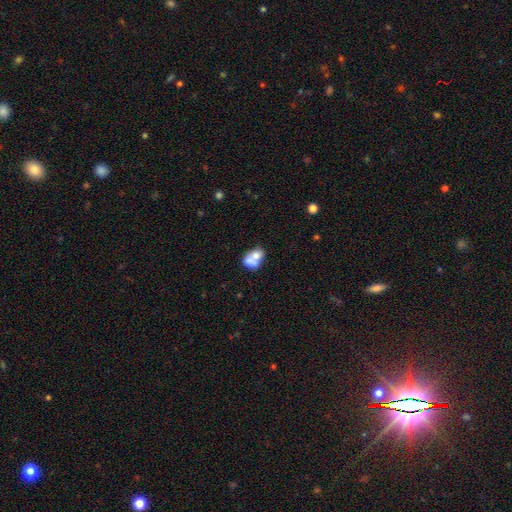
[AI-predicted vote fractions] Smooth or featured? Predicted: smooth (p=0.65). How rounded? Predicted: in between (p=0.61). Merging? Predicted: merger (p=0.69).